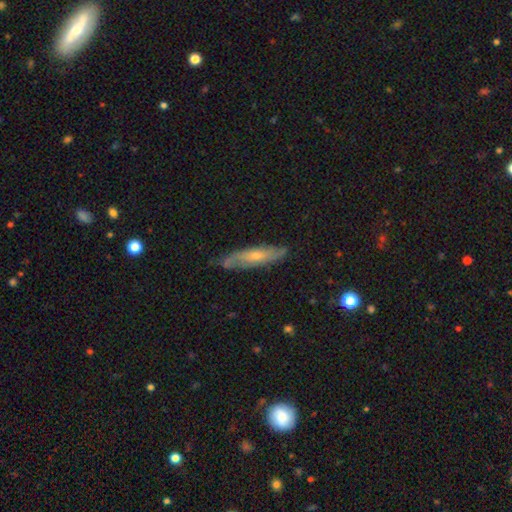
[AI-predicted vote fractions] Morphology: type=featured or disk (55%); edge-on=yes (54%); merging=none (75%).